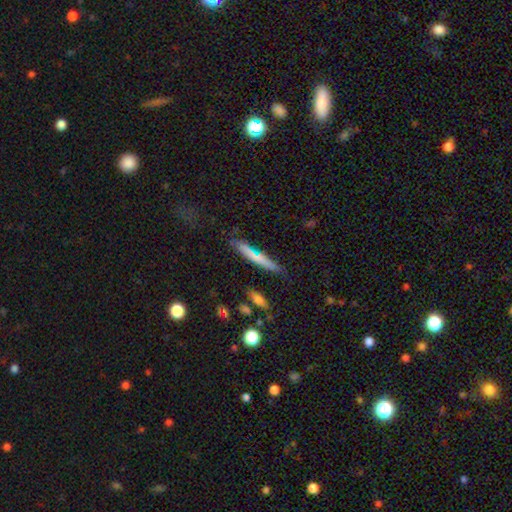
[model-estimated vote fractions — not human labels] Morphology: type=smooth (62%); roundness=cigar-shaped (93%); merging=none (79%).